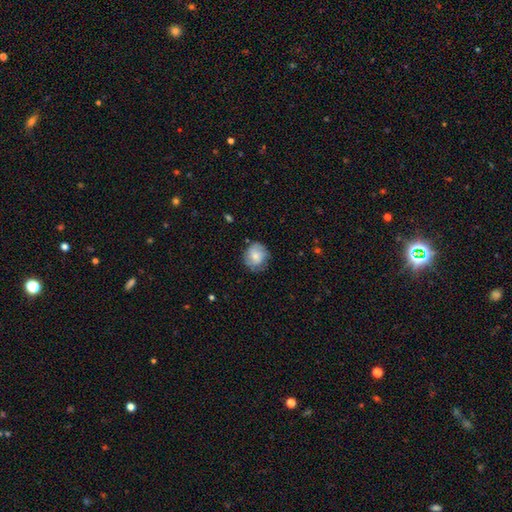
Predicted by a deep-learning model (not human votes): smooth 67%, featured or disk 26%, star or artifact 8%. Down the decision tree: how rounded — round (80%); merging — none (68%).